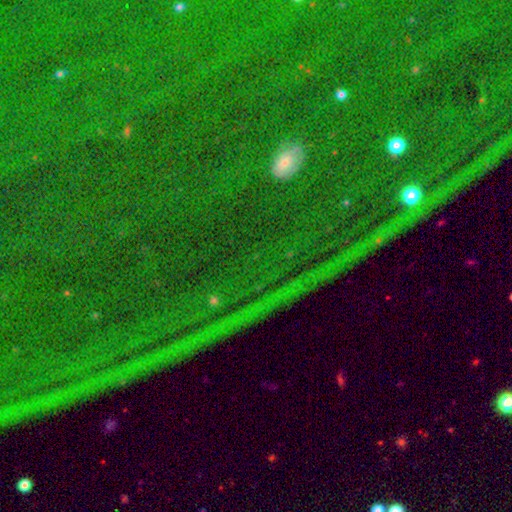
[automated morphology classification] A star or artifact, not a galaxy (70%).

Vote fractions:
- Smooth or featured? star or artifact: 70% / smooth: 21% / featured or disk: 9%